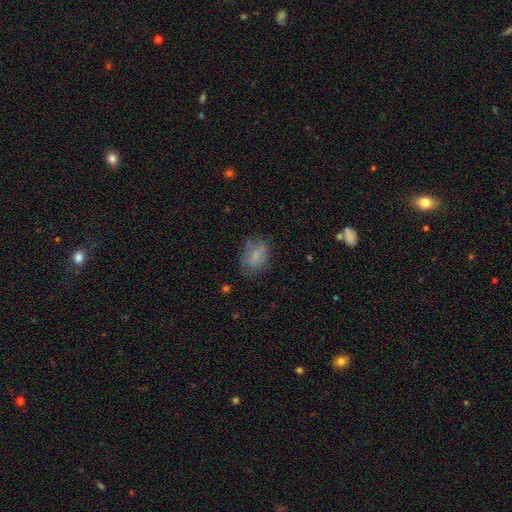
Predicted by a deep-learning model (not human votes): This is likely a smooth galaxy (69%). How rounded: likely in between (70%). Merging: likely none (64%).